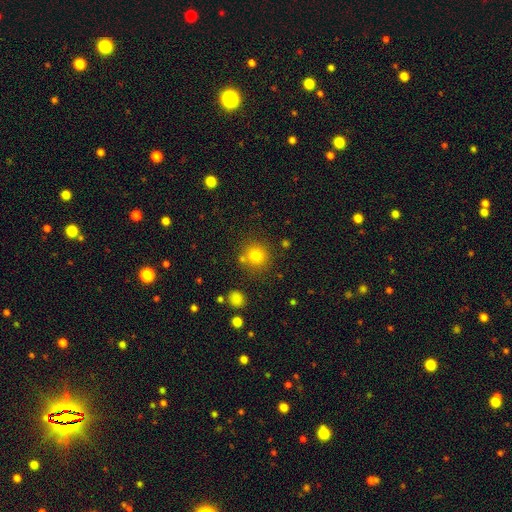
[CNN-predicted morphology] This is likely a smooth galaxy (78%). How rounded: clearly round (92%). Merging: likely none (79%).